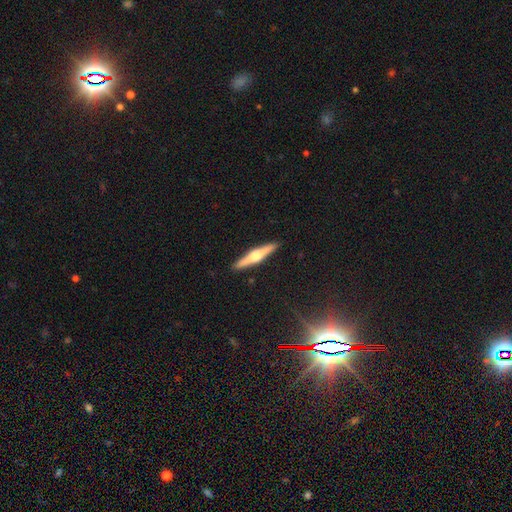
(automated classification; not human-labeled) Smooth or featured? Predicted: featured or disk (p=0.68). Edge-on disk? Predicted: yes (p=0.98). Edge-on bulge? Predicted: rounded (p=0.90). Merging? Predicted: none (p=0.92).